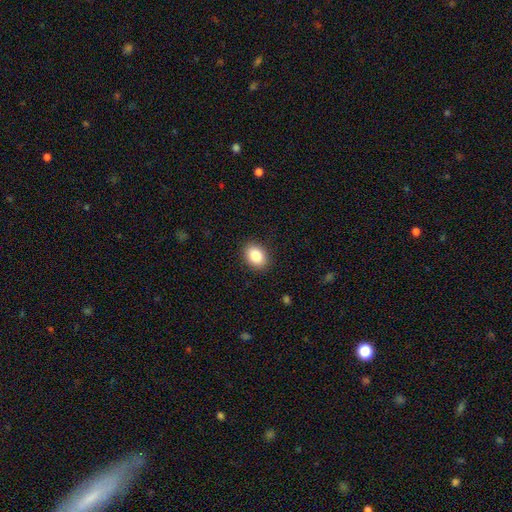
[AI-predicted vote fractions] Q: Smooth or featured?
A: smooth (86%); runner-up: star or artifact (8%)
Q: How rounded?
A: in between (69%); runner-up: round (30%)
Q: Merging?
A: none (89%); runner-up: minor disturbance (8%)